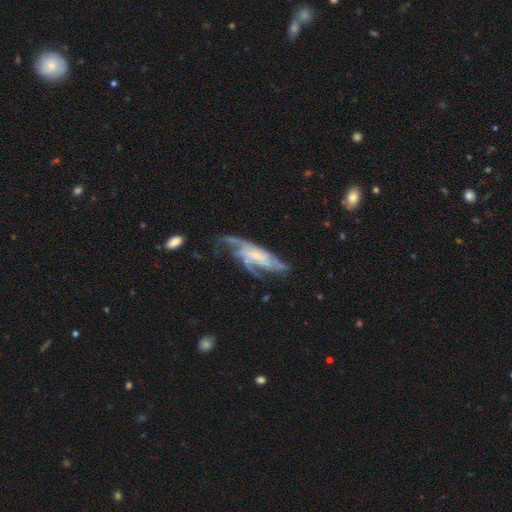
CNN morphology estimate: featured or disk 80%, smooth 13%, star or artifact 7%. Down the decision tree: edge-on disk — no (88%); bar — no (61%); spiral arms — yes (93%); spiral arm count — 3 (31%); spiral winding — medium (44%); bulge size — small (62%); merging — none (49%).